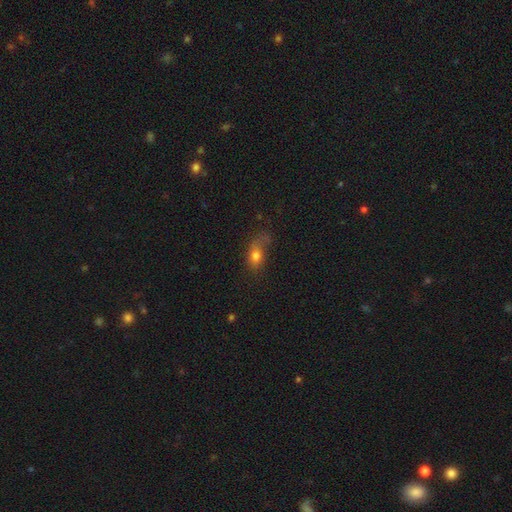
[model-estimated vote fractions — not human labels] Smooth or featured? smooth (72%)
How rounded? in between (66%)
Merging? none (36%)